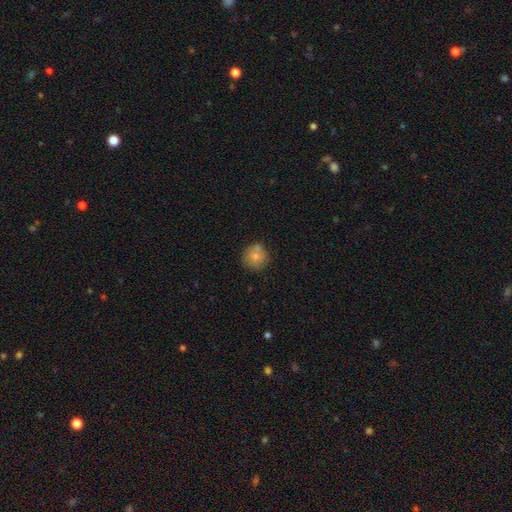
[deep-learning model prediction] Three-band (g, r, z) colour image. It shows a smooth galaxy with no disk features (76%) that is round (92%). Merging: none (68%).